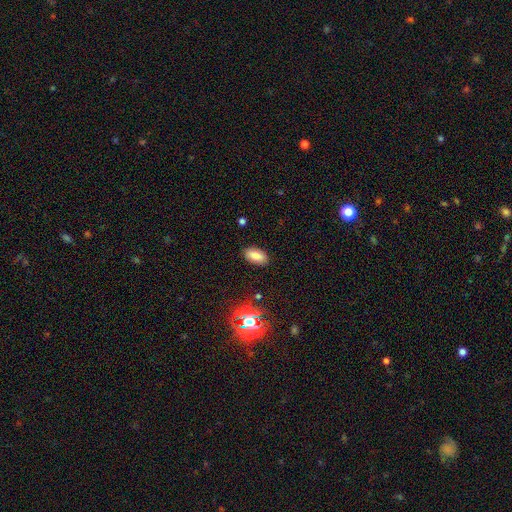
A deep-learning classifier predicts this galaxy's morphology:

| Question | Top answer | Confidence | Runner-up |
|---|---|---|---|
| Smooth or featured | smooth | 81% | star or artifact (12%) |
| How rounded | in between | 91% | cigar-shaped (6%) |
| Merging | none | 88% | minor disturbance (9%) |